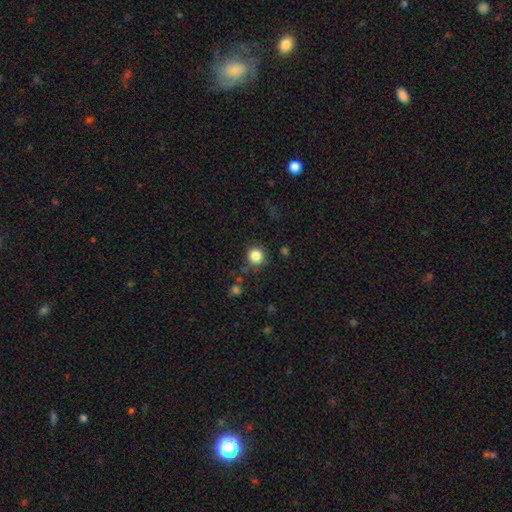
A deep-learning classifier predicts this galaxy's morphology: Smooth or featured? smooth (85%)
How rounded? round (93%)
Merging? none (84%)